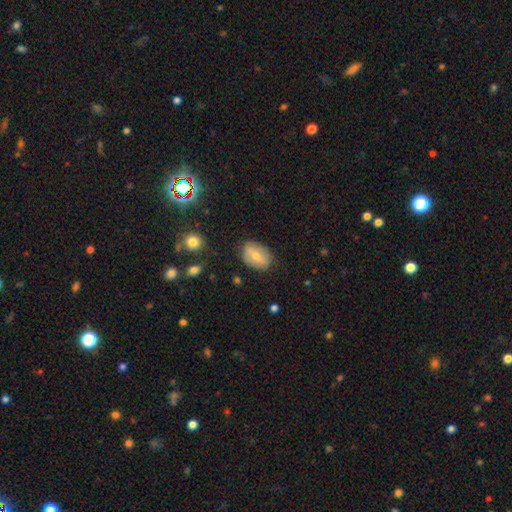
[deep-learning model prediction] Smooth or featured: smooth — 64% (featured or disk — 29%)
How rounded: in between — 80% (round — 19%)
Merging: none — 77% (minor disturbance — 17%)